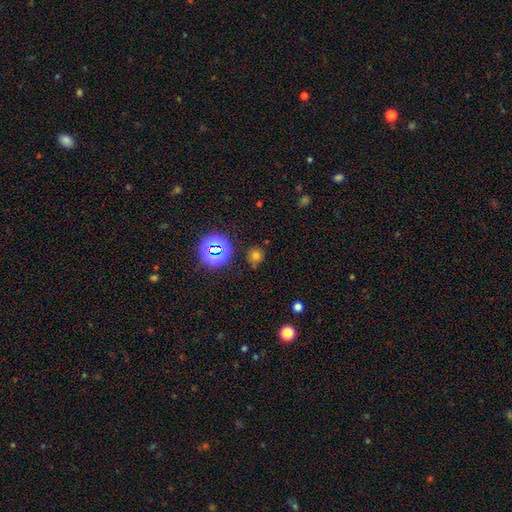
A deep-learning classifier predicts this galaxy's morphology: Q: Smooth or featured?
A: smooth (65%); runner-up: star or artifact (27%)
Q: How rounded?
A: round (86%); runner-up: in between (13%)
Q: Merging?
A: none (77%); runner-up: minor disturbance (15%)